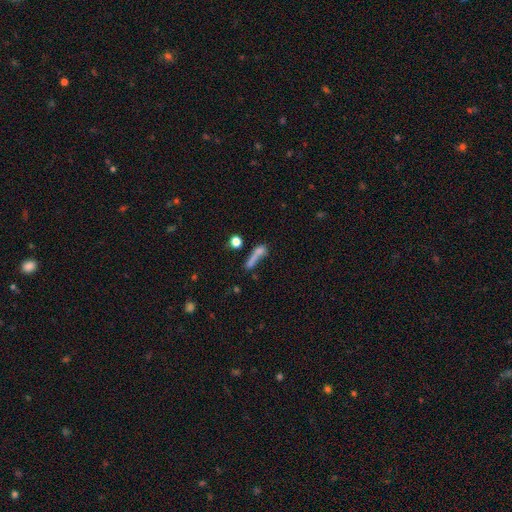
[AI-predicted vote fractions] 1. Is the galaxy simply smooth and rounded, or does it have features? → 59% smooth, 24% featured or disk, 17% star or artifact.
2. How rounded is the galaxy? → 57% cigar-shaped, 27% in between, 16% round.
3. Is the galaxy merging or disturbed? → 37% none, 33% merger, 17% major disturbance, 13% minor disturbance.